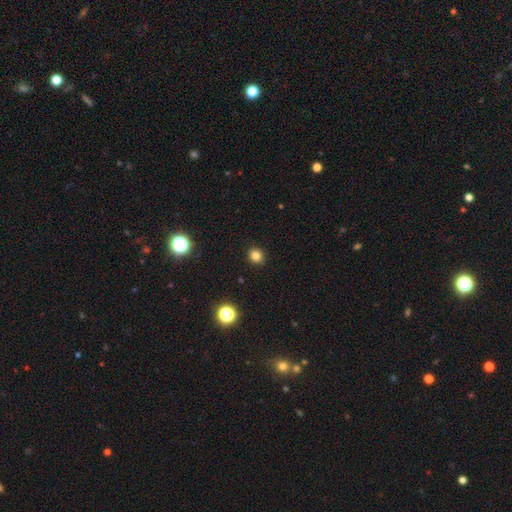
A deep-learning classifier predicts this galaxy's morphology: The model was most divided on "how rounded": round: 75%, in between: 24%, cigar-shaped: 1%. More confident: merging — none (91%); smooth or featured — smooth (82%).